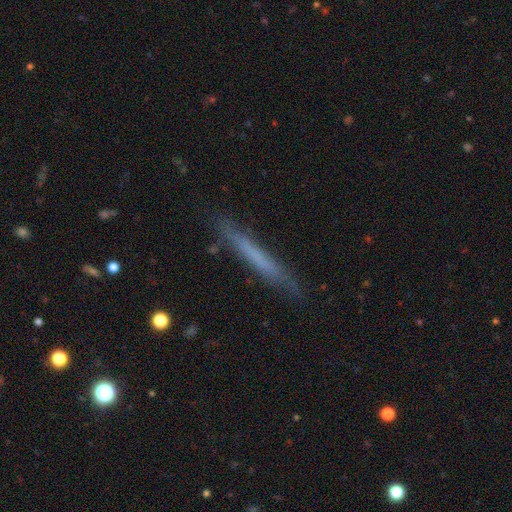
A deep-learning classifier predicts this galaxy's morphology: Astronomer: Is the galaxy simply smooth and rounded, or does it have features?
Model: smooth — 53% (runner-up: featured or disk, 41%).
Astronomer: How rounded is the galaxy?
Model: cigar-shaped — 96%.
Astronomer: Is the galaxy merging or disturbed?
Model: none — 84%.